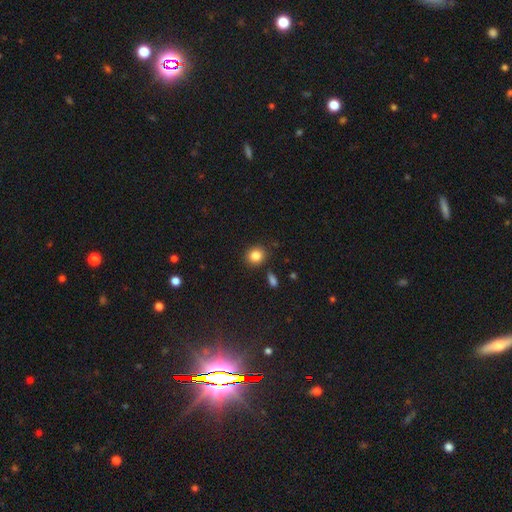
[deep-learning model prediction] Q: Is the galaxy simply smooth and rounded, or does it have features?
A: smooth — 85%.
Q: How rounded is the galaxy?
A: round — 82%.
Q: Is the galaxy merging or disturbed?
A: none — 86%.